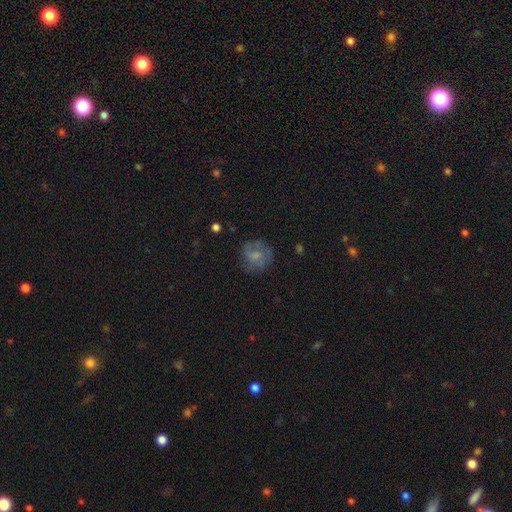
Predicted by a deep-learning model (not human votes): Smooth or featured? smooth (57%)
How rounded? round (82%)
Merging? none (66%)